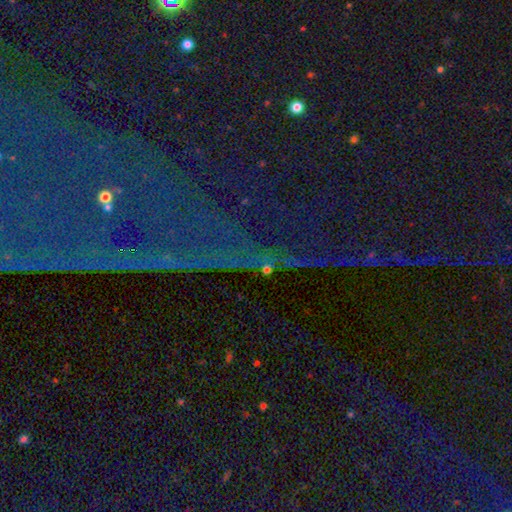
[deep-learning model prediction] Smooth or featured?
  - star or artifact: 82% *
  - featured or disk: 9%
  - smooth: 8%